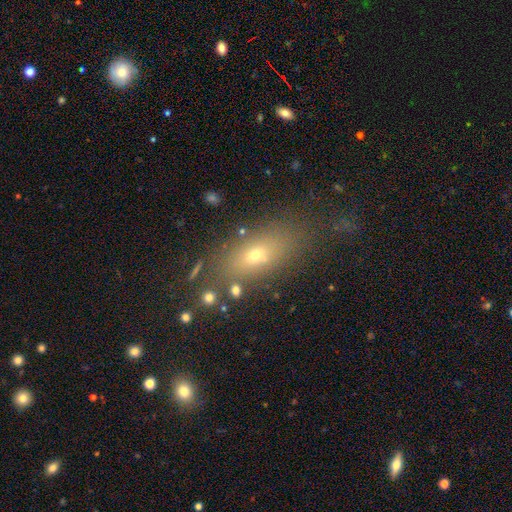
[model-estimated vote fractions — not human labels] smooth 61%, featured or disk 21%, star or artifact 17%. Down the decision tree: how rounded — in between (68%); merging — none (74%).